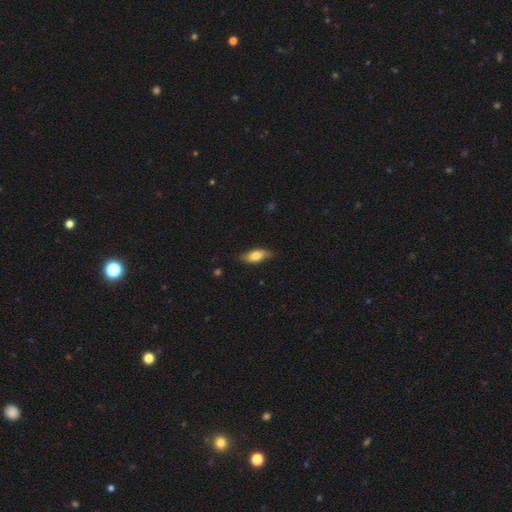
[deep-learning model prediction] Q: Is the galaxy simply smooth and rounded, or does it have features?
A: smooth — 74%.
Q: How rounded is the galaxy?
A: in between — 82%.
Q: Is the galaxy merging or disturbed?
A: none — 78%.